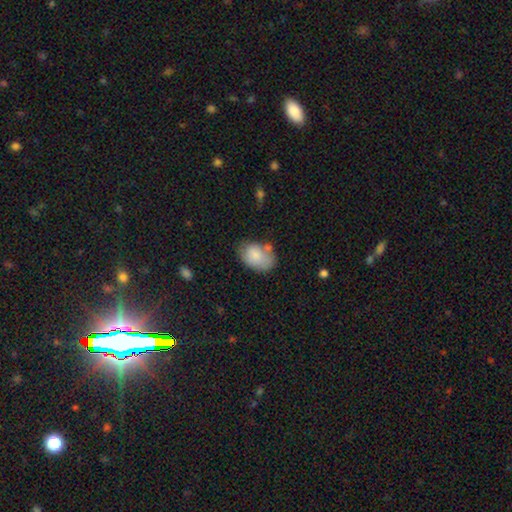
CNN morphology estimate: Q: Smooth or featured?
A: smooth (81%); runner-up: featured or disk (12%)
Q: How rounded?
A: in between (82%); runner-up: round (17%)
Q: Merging?
A: none (52%); runner-up: minor disturbance (27%)